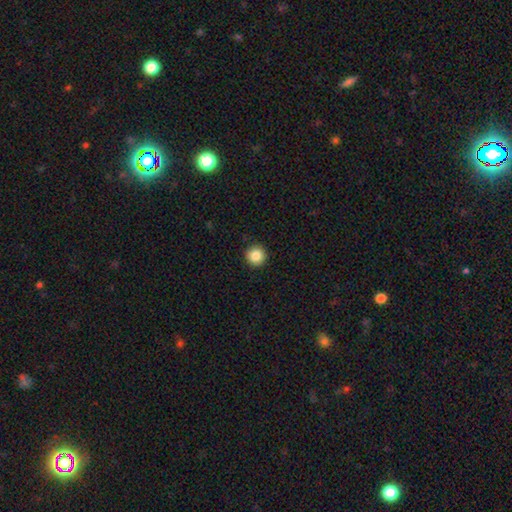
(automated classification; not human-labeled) Smooth or featured: smooth — 85% (star or artifact — 10%)
How rounded: round — 96% (in between — 4%)
Merging: none — 92% (minor disturbance — 5%)